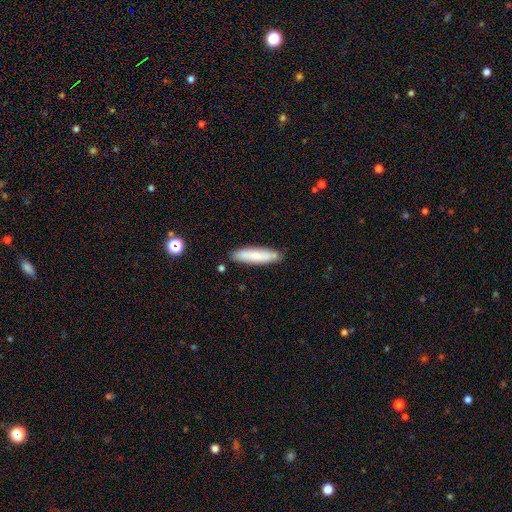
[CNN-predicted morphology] This appears to be a smooth galaxy with no disk features (75%) that is cigar-shaped (79%). Merging: none (83%).